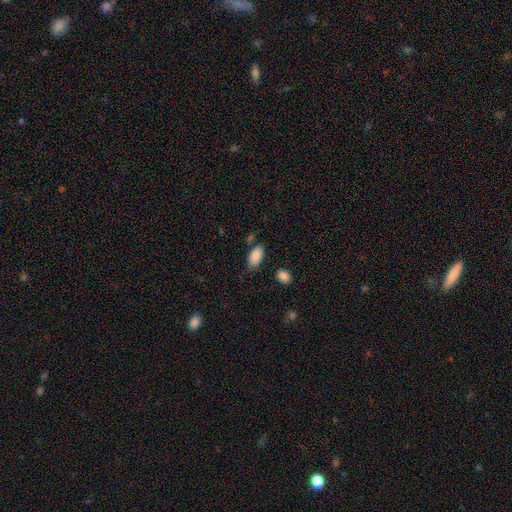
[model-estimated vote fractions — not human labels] A smooth galaxy with no disk features (86%) that is in between round and cigar-shaped (93%). Merging: none (69%).